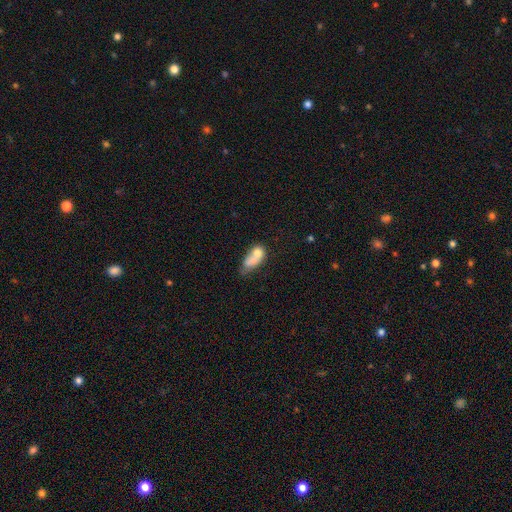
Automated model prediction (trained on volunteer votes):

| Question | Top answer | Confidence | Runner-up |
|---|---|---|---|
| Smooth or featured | smooth | 68% | featured or disk (22%) |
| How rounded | in between | 75% | round (16%) |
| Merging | merger | 47% | none (21%) |